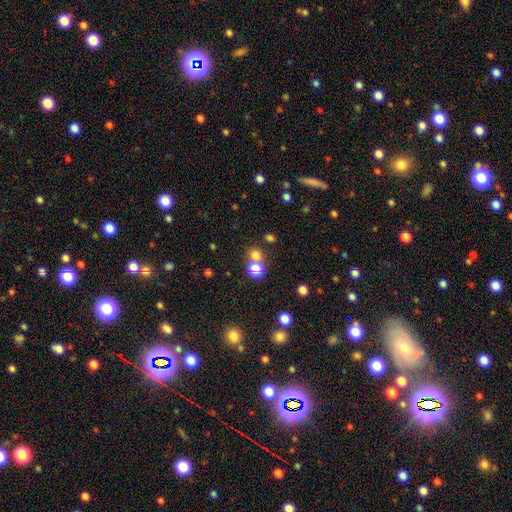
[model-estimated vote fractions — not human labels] Overall: smooth (74%). How rounded: round (78%). Merging: none (50%; merger 40%).